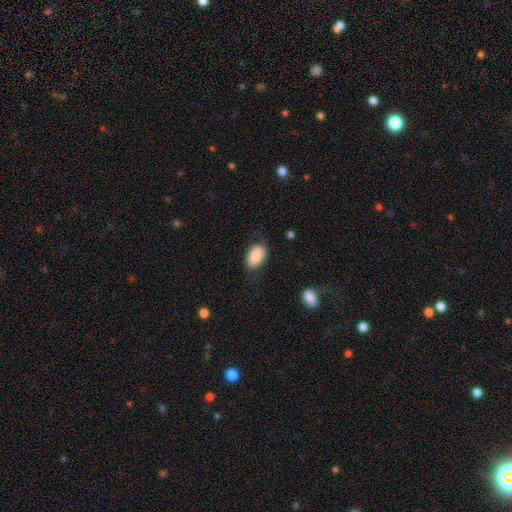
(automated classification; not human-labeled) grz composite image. It shows a smooth galaxy with no disk features (88%) that is in between round and cigar-shaped (91%). Merging: none (72%).